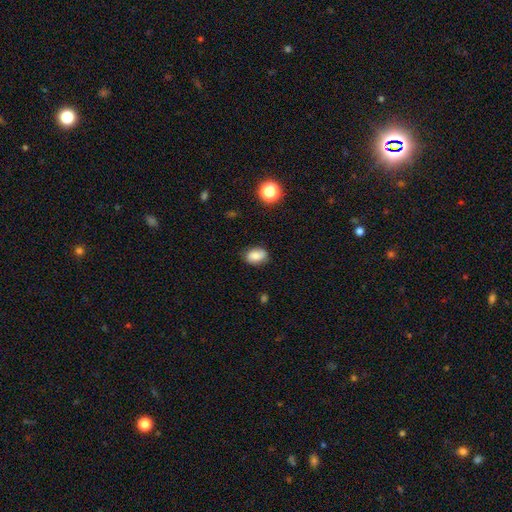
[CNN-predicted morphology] type=smooth (82%); roundness=in between (80%); merging=none (79%).